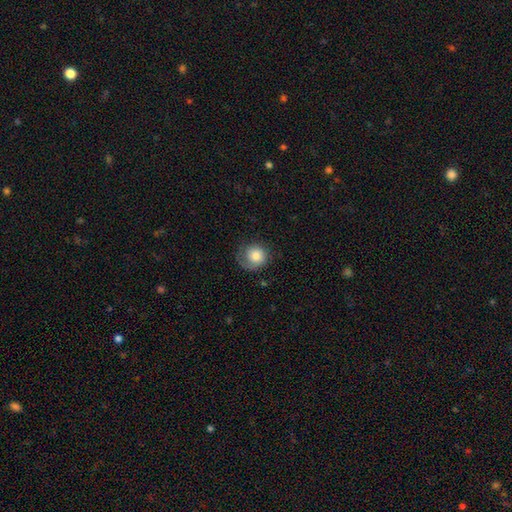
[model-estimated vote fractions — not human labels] The model was most divided on "merging": none: 60%, minor disturbance: 23%, major disturbance: 15%, merger: 2%. More confident: how rounded — round (85%); smooth or featured — smooth (74%).